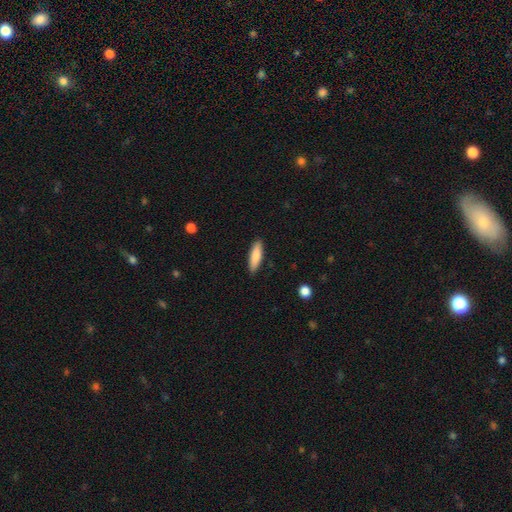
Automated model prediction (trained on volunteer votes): smooth_or_featured: smooth (p=0.83) [alt: featured or disk p=0.11]
how_rounded: cigar-shaped (p=0.62) [alt: in between p=0.36]
merging: none (p=0.89) [alt: minor disturbance p=0.09]